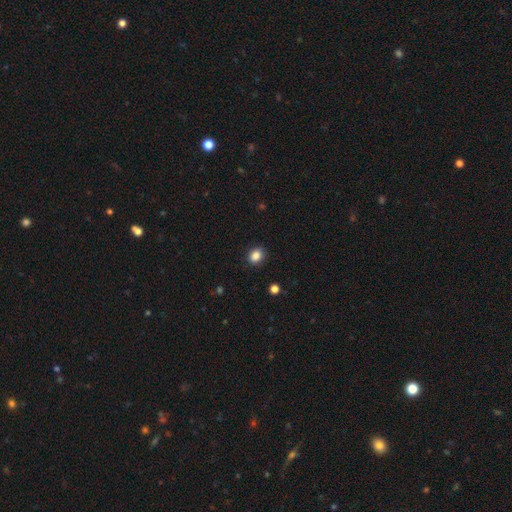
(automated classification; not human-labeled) Smooth or featured? smooth (86%)
How rounded? round (52%)
Merging? none (88%)